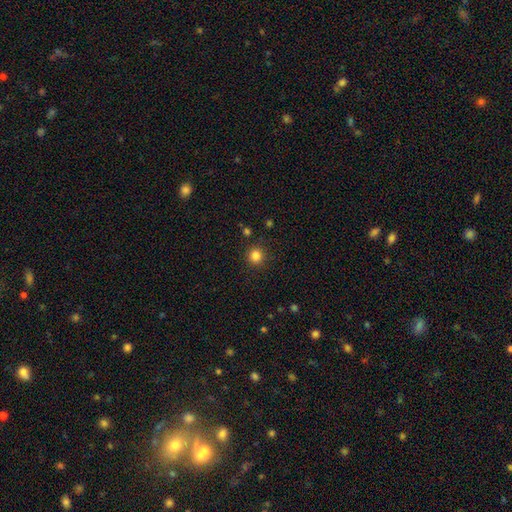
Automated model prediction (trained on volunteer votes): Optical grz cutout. It shows a smooth galaxy with no disk features (83%) that is round (94%). Merging: none (89%).